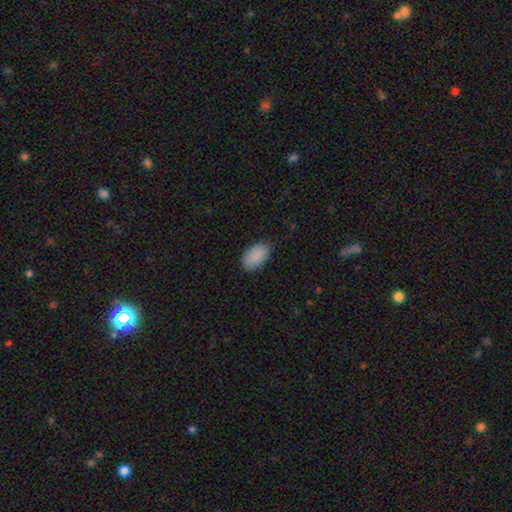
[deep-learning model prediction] Smooth or featured: smooth — 89% (star or artifact — 7%)
How rounded: in between — 94% (round — 5%)
Merging: none — 80% (minor disturbance — 16%)